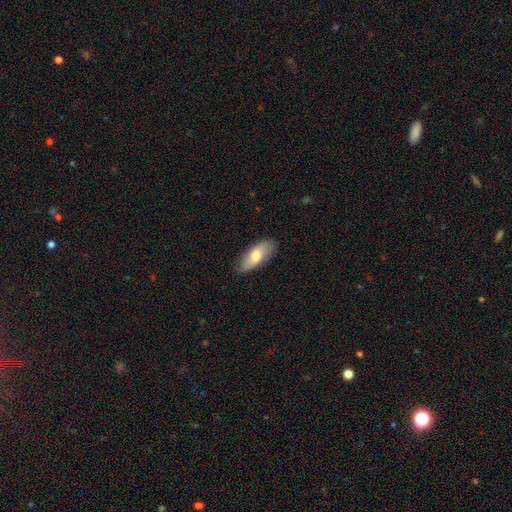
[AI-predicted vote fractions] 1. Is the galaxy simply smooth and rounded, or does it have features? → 69% smooth, 25% featured or disk, 6% star or artifact.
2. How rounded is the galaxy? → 81% in between, 17% cigar-shaped, 2% round.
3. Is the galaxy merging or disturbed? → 83% none, 14% minor disturbance, 2% major disturbance, 1% merger.